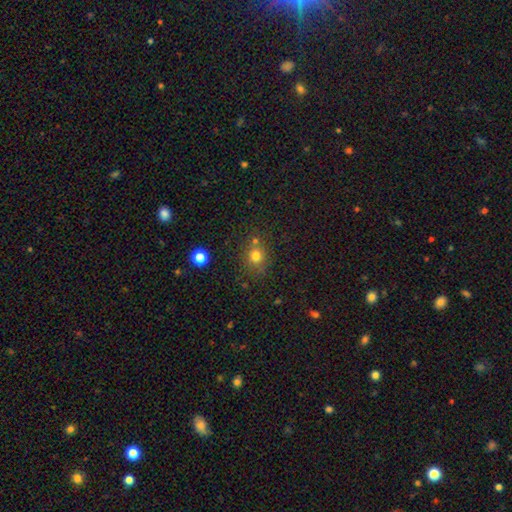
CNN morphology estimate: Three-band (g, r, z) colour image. It shows a smooth galaxy with no disk features (76%) that is round (74%). Merging: none (69%).